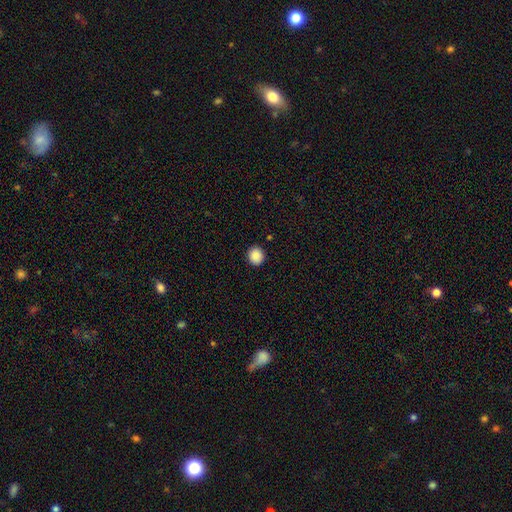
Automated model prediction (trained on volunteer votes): Smooth or featured? Predicted: smooth (p=0.88). How rounded? Predicted: round (p=0.83). Merging? Predicted: none (p=0.91).